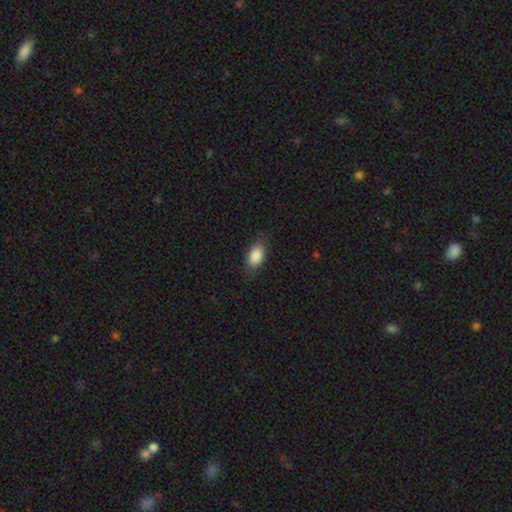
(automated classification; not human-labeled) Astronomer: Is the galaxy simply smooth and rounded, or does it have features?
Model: smooth — 87%.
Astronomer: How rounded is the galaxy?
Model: in between — 91%.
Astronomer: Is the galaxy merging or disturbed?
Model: none — 82%.